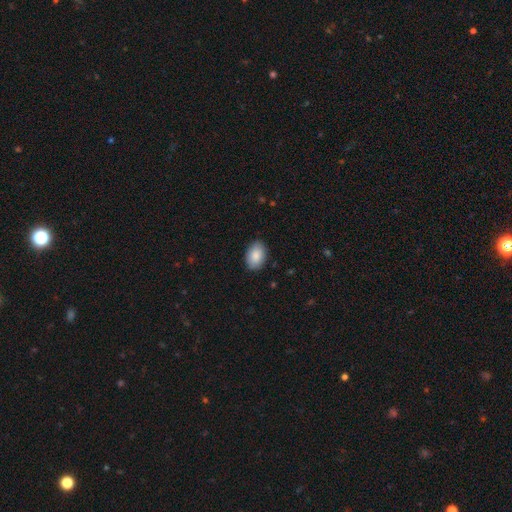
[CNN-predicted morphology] type=smooth (88%); roundness=in between (89%); merging=none (87%).